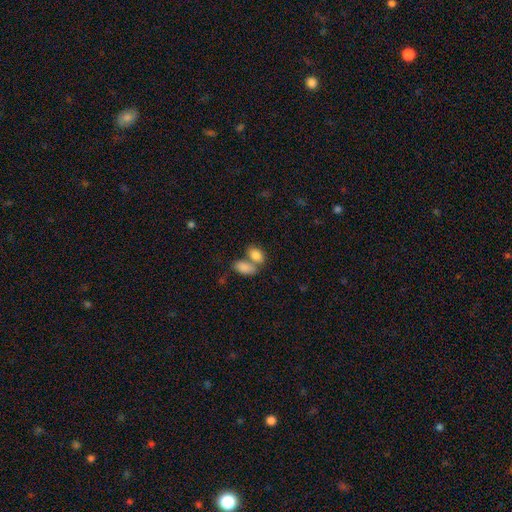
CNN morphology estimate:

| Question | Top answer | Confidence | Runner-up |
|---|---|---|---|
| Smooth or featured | smooth | 85% | featured or disk (8%) |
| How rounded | in between | 90% | round (8%) |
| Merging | merger | 53% | none (34%) |